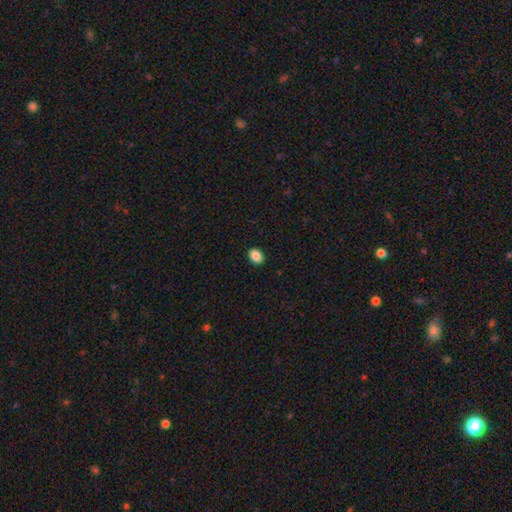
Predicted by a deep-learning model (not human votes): The model was most divided on "how rounded": in between: 71%, round: 28%, cigar-shaped: 1%. More confident: merging — none (91%); smooth or featured — smooth (88%).